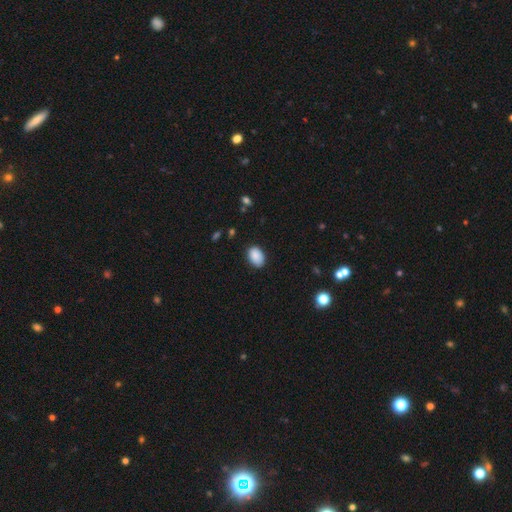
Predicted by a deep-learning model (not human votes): Q: Smooth or featured?
A: smooth (89%); runner-up: star or artifact (7%)
Q: How rounded?
A: in between (87%); runner-up: round (12%)
Q: Merging?
A: none (84%); runner-up: minor disturbance (12%)